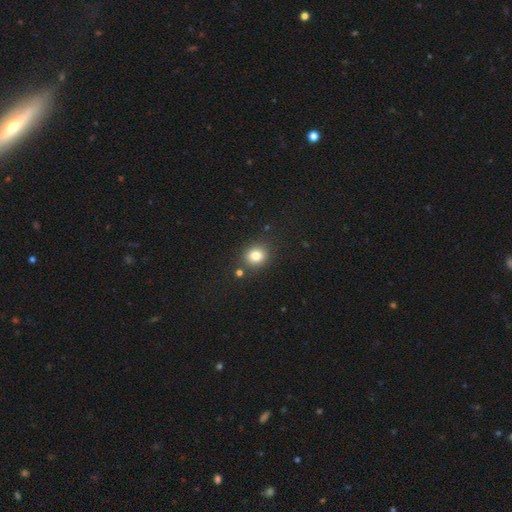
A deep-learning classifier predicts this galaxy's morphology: Overall: smooth (81%). How rounded: round (75%). Merging: none (83%).